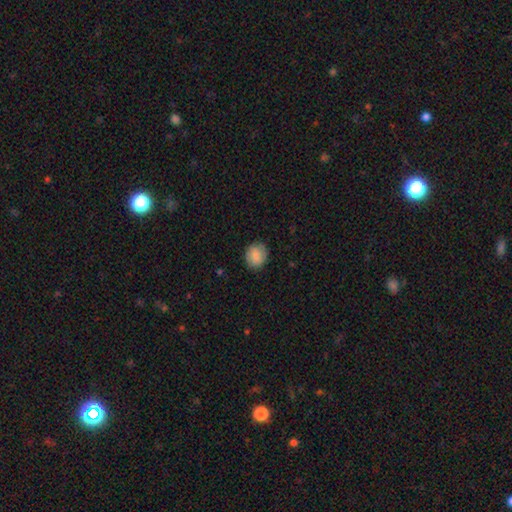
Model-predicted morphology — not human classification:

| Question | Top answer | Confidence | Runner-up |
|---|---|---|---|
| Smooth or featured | smooth | 85% | featured or disk (8%) |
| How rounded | round | 72% | in between (28%) |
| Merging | none | 87% | minor disturbance (10%) |